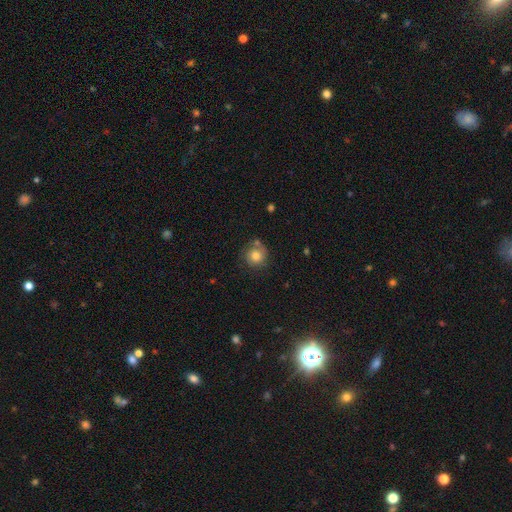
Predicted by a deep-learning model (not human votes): smooth-or-featured: smooth: 69% | featured or disk: 21% | star or artifact: 10%
  how-rounded: round: 90% | in between: 9% | cigar-shaped: 1%
  merging: none: 66% | minor disturbance: 18% | merger: 9% | major disturbance: 8%